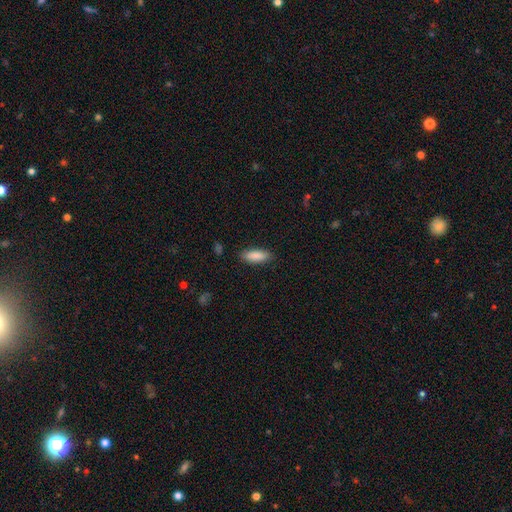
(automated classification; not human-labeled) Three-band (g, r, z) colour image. It shows a smooth galaxy with no disk features (88%) that is in between round and cigar-shaped (65%). Merging: none (87%).